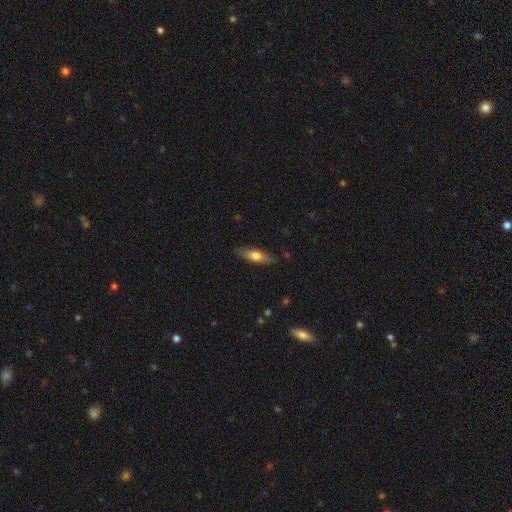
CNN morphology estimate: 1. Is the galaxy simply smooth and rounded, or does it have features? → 63% smooth, 31% featured or disk, 6% star or artifact.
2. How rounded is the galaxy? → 53% cigar-shaped, 44% in between, 2% round.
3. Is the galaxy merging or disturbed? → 85% none, 12% minor disturbance, 2% major disturbance, 1% merger.